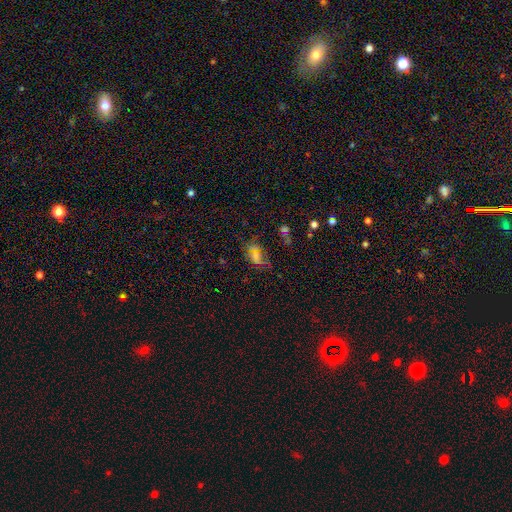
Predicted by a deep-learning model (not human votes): The model was most divided on "smooth or featured": smooth: 46%, star or artifact: 37%, featured or disk: 17%. More confident: merging — none (56%).